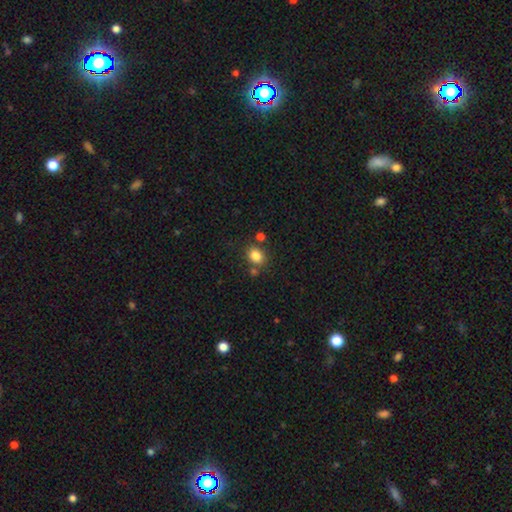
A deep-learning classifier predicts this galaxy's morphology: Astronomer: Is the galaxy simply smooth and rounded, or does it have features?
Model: smooth — 83%.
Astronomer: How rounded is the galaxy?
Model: in between — 50% (runner-up: round, 49%).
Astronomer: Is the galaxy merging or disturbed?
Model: none — 73%.